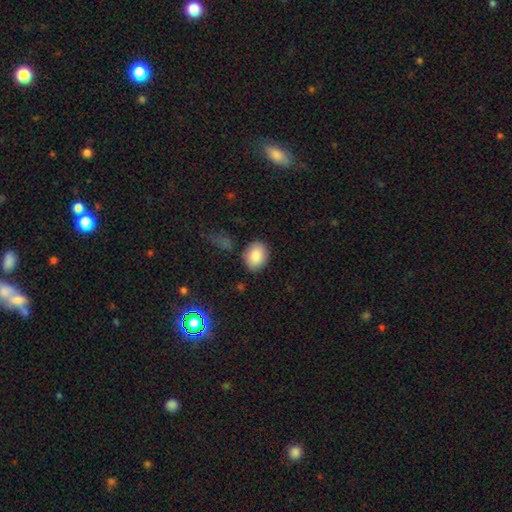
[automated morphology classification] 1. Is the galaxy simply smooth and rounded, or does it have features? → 87% smooth, 8% star or artifact, 6% featured or disk.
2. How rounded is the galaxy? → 59% in between, 40% round, 1% cigar-shaped.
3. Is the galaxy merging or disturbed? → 82% none, 12% minor disturbance, 3% merger, 3% major disturbance.